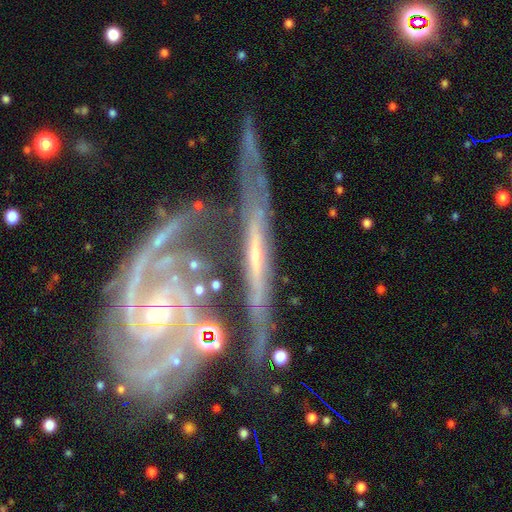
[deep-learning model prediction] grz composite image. It shows a featured or disk galaxy (81%) viewed edge-on (59%). Merging: none (52%).